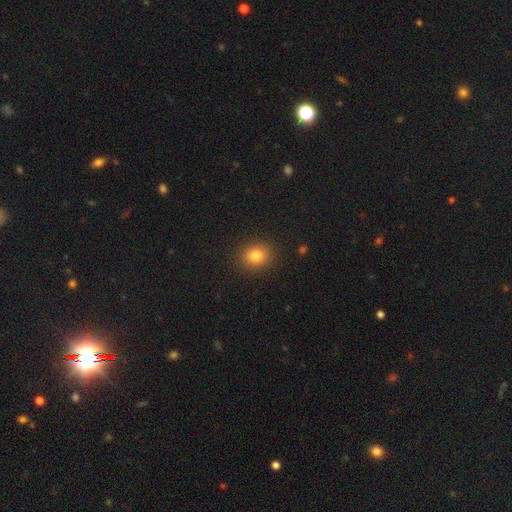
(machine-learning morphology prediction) smooth-or-featured: smooth: 83% | star or artifact: 11% | featured or disk: 6%
  how-rounded: round: 59% | in between: 40% | cigar-shaped: 1%
  merging: none: 88% | minor disturbance: 8% | major disturbance: 3% | merger: 1%